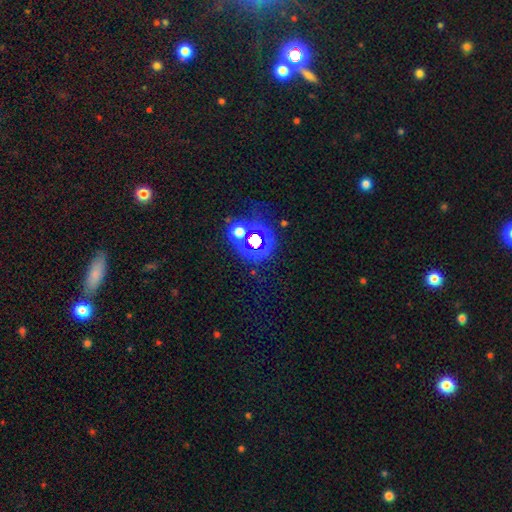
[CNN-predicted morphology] A star or artifact, not a galaxy (58%).

Vote fractions:
- Smooth or featured? star or artifact: 58% / smooth: 31% / featured or disk: 10%